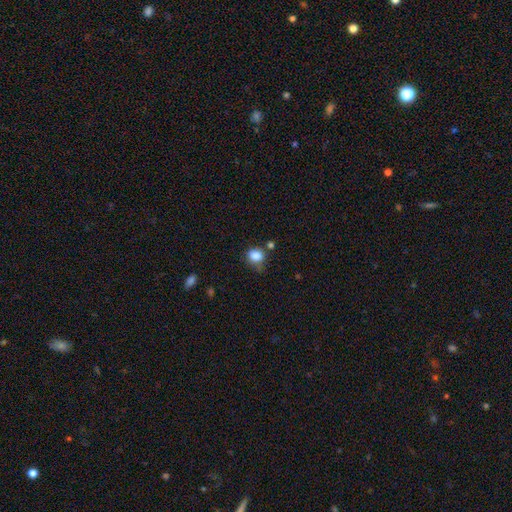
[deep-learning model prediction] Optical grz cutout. It shows a smooth galaxy with no disk features (84%) that is round (58%). Merging: none (60%).